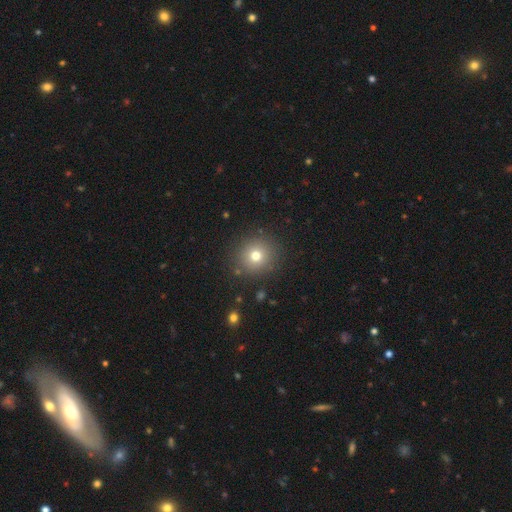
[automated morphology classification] A smooth galaxy with no disk features (74%) that is round (91%).

Vote fractions:
- Smooth or featured? smooth: 74% / star or artifact: 16% / featured or disk: 11%
- How rounded? round: 91% / in between: 8% / cigar-shaped: 1%
- Merging? none: 88% / minor disturbance: 7% / major disturbance: 3% / merger: 2%